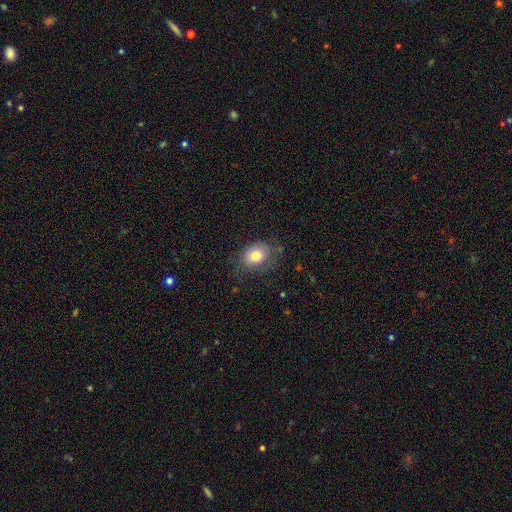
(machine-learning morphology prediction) Smooth or featured? smooth (81%)
How rounded? in between (66%)
Merging? none (69%)